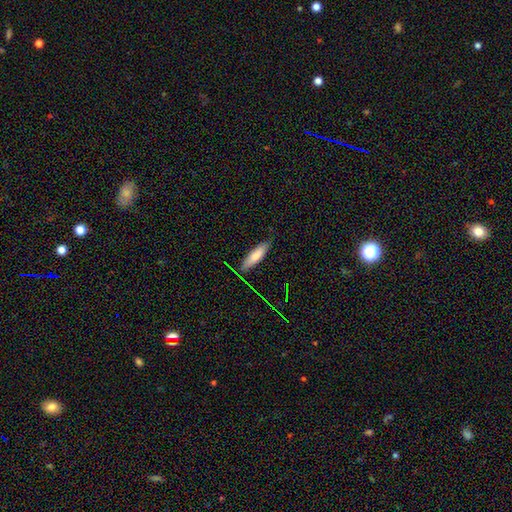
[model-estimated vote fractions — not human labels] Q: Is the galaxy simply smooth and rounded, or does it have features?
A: smooth — 74%.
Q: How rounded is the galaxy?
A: cigar-shaped — 63%.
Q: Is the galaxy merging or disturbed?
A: none — 78%.